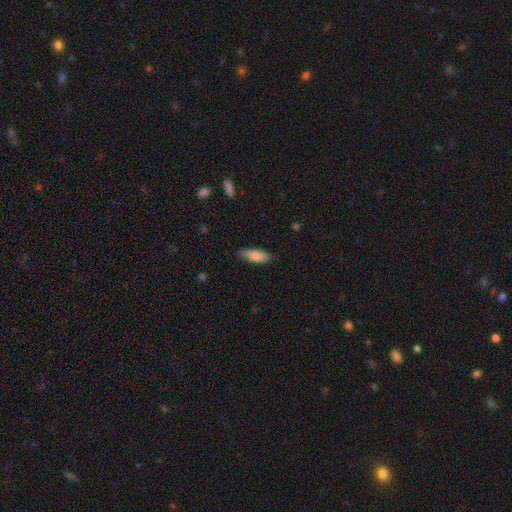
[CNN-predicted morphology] smooth_or_featured: smooth (p=0.77) [alt: featured or disk p=0.17]
how_rounded: in between (p=0.60) [alt: cigar-shaped p=0.38]
merging: none (p=0.77) [alt: minor disturbance p=0.19]